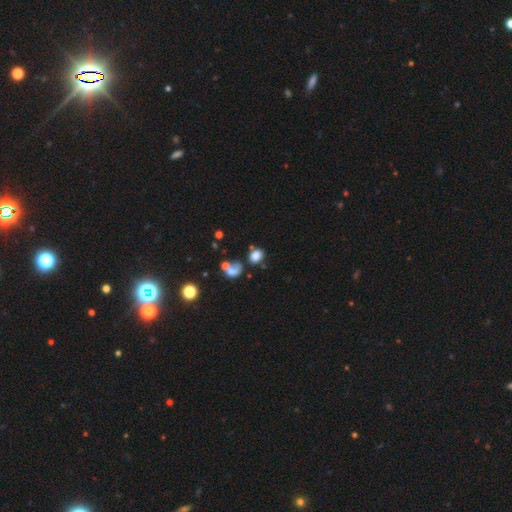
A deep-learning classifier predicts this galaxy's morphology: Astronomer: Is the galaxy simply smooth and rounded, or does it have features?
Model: smooth — 77%.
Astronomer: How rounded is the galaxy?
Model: in between — 62%.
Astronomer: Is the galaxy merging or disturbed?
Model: none — 44% (runner-up: merger, 26%).